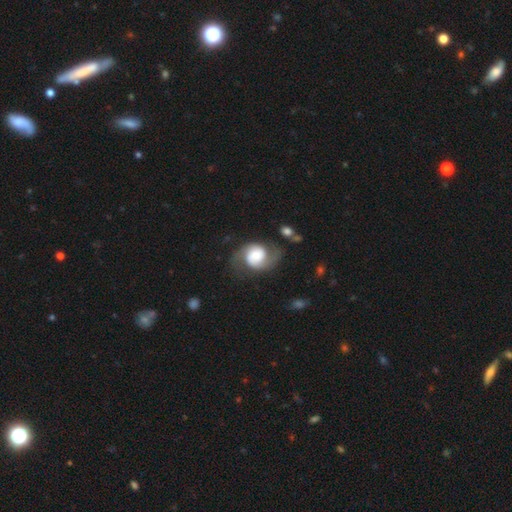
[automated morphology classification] featured or disk 71%, smooth 22%, star or artifact 7%. Down the decision tree: edge-on disk — no (98%); bar — no (64%); spiral arms — yes (92%); spiral arm count — 2 (86%); spiral winding — medium (46%); bulge size — large (34%); merging — none (57%).